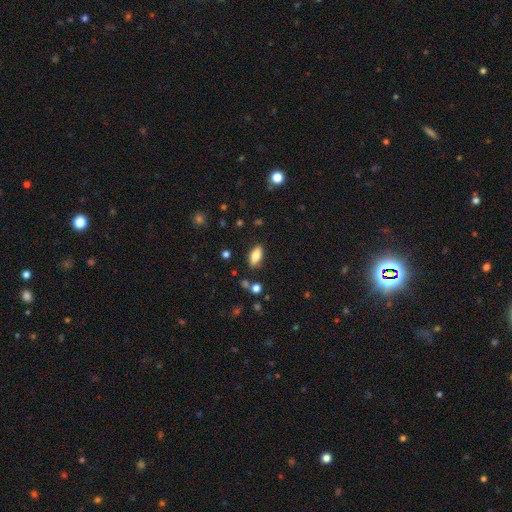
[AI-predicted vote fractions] Smooth or featured? Predicted: smooth (p=0.78). How rounded? Predicted: in between (p=0.86). Merging? Predicted: none (p=0.84).